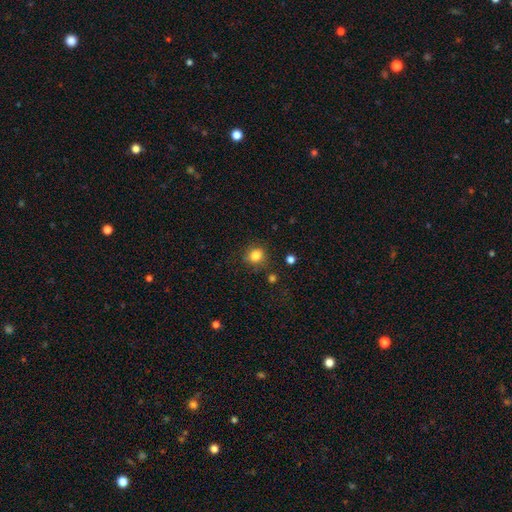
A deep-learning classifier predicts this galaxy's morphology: smooth 84%, star or artifact 11%, featured or disk 5%. Down the decision tree: how rounded — round (72%); merging — none (76%).